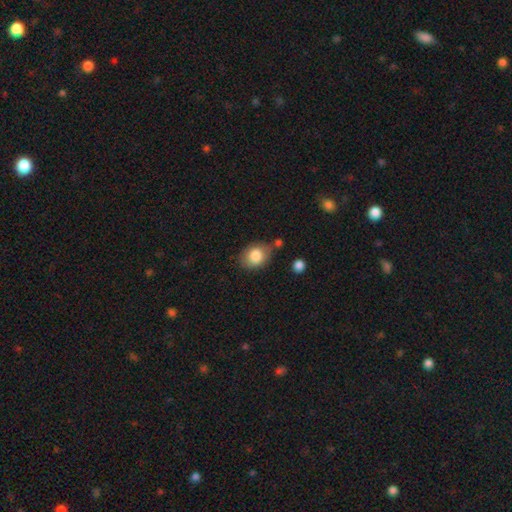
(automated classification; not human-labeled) smooth 83%, featured or disk 9%, star or artifact 8%. Down the decision tree: how rounded — in between (58%); merging — none (65%).